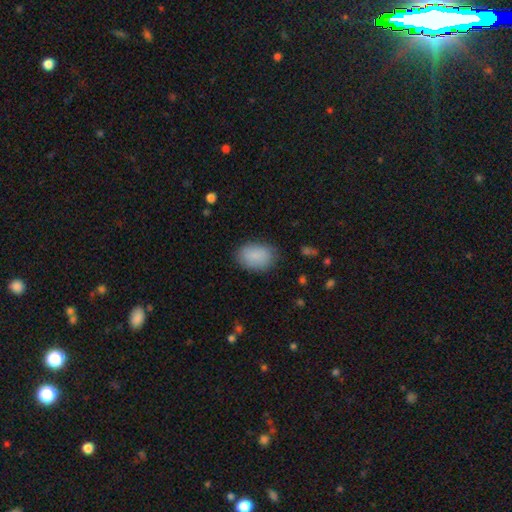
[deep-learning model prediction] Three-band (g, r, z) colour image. It shows a smooth galaxy with no disk features (87%) that is in between round and cigar-shaped (81%). Merging: none (81%).